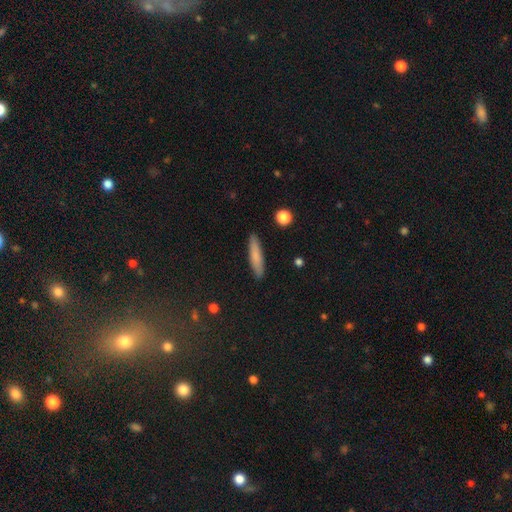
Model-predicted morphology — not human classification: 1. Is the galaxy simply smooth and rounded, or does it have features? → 78% smooth, 15% featured or disk, 7% star or artifact.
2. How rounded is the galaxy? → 88% cigar-shaped, 11% in between, 2% round.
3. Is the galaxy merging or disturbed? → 90% none, 7% minor disturbance, 2% major disturbance, 1% merger.